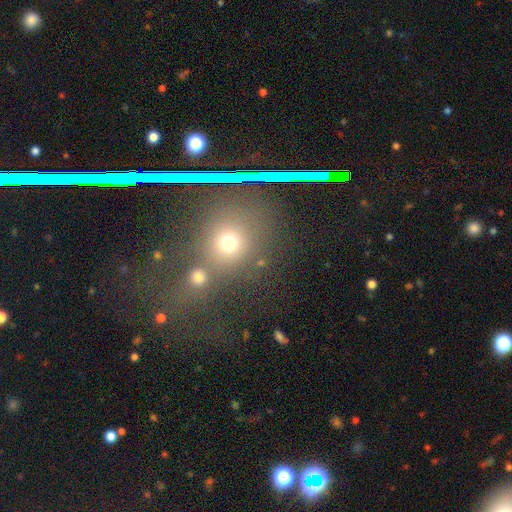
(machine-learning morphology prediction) smooth-or-featured: star or artifact: 48% | smooth: 38% | featured or disk: 14%